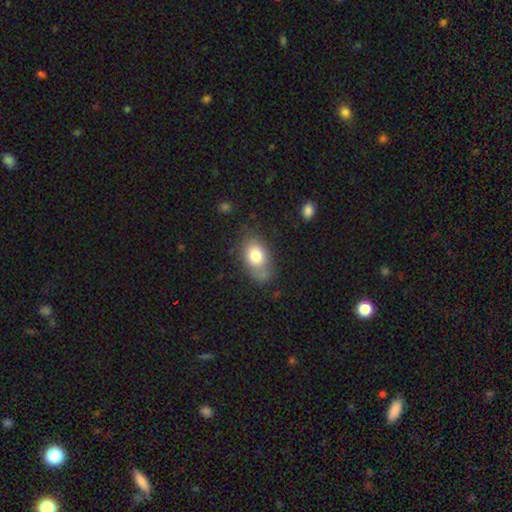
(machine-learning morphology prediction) type=smooth (77%); roundness=in between (84%); merging=none (60%).